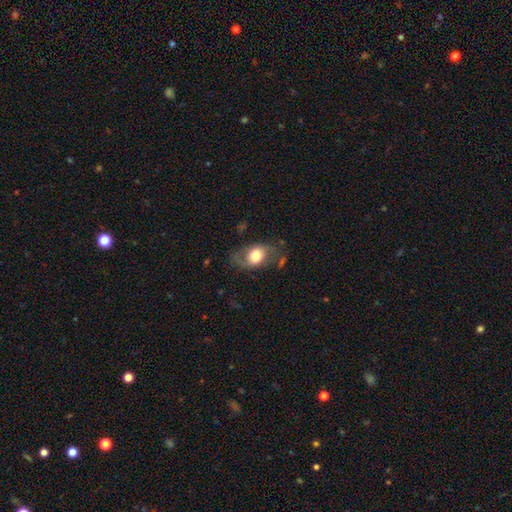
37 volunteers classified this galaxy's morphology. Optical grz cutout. It shows a smooth galaxy with no disk features (59%) that is in between round and cigar-shaped (77%). Merging: none (86%).